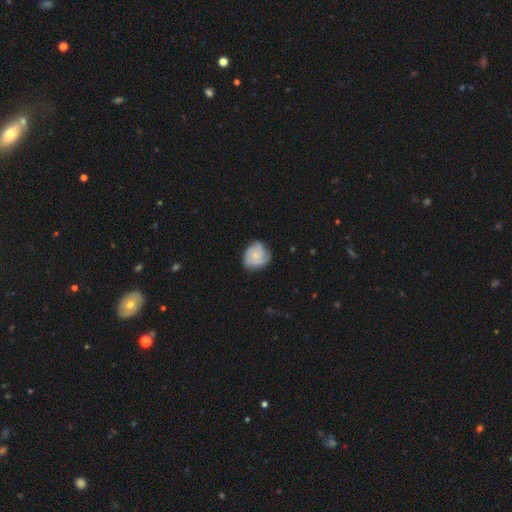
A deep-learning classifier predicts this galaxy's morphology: The model was most divided on "smooth or featured": featured or disk: 53%, smooth: 40%, star or artifact: 7%. More confident: edge-on disk — no (98%); spiral arms — yes (88%); bar — no (82%); merging — none (69%); bulge size — small (60%).